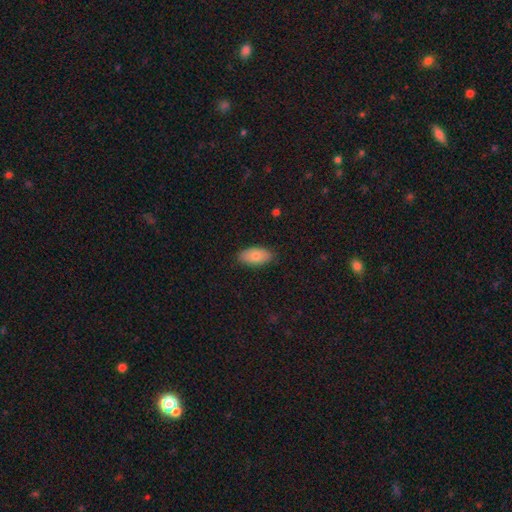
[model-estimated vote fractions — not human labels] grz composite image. It shows a smooth galaxy with no disk features (78%) that is in between round and cigar-shaped (93%). Merging: none (88%).